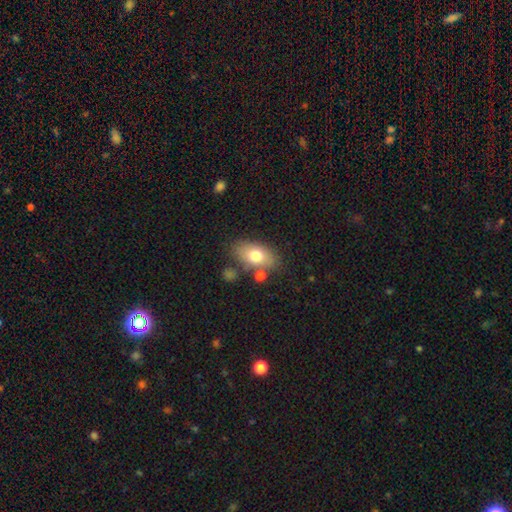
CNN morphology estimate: This appears to be a smooth galaxy with no disk features (73%) that is in between round and cigar-shaped (89%). Merging: none (73%).